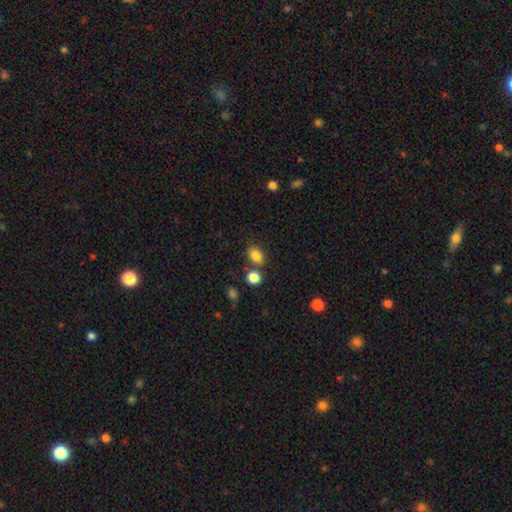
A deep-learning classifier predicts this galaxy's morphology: This appears to be a smooth galaxy with no disk features (84%) that is in between round and cigar-shaped (77%). Merging: none (70%).